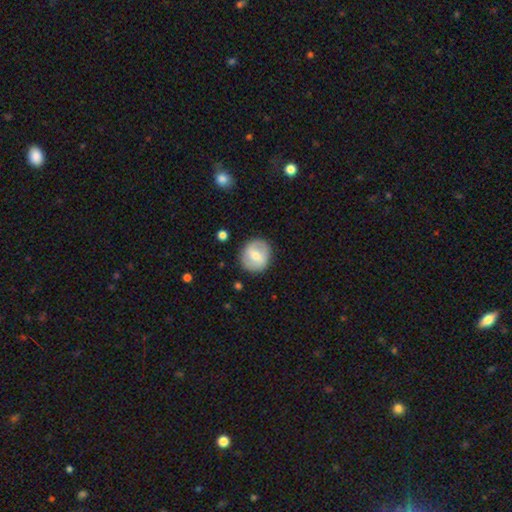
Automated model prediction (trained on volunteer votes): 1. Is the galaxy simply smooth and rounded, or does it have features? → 51% smooth, 42% featured or disk, 6% star or artifact.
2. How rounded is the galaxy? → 87% round, 12% in between, 1% cigar-shaped.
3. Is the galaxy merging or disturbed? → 87% none, 9% minor disturbance, 3% major disturbance, 1% merger.